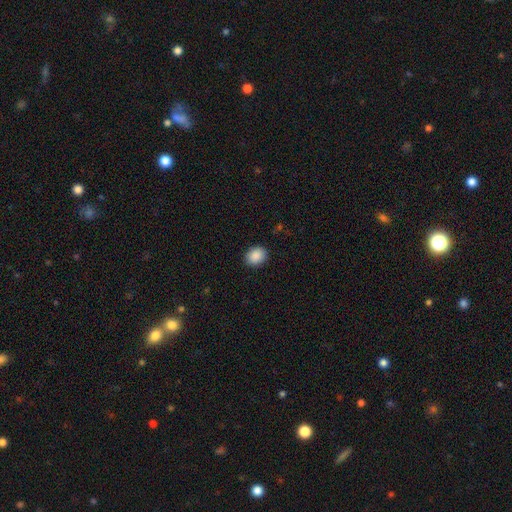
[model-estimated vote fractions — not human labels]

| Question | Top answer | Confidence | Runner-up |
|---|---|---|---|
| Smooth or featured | smooth | 90% | star or artifact (8%) |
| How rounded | in between | 56% | round (43%) |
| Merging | none | 90% | minor disturbance (7%) |